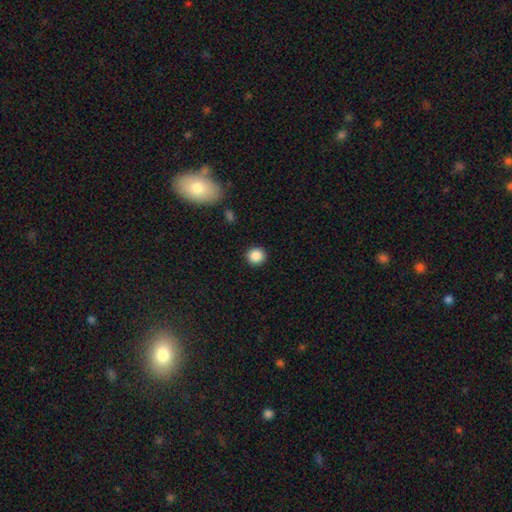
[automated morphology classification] Smooth or featured: smooth — 88% (star or artifact — 9%)
How rounded: round — 93% (in between — 6%)
Merging: none — 91% (minor disturbance — 5%)